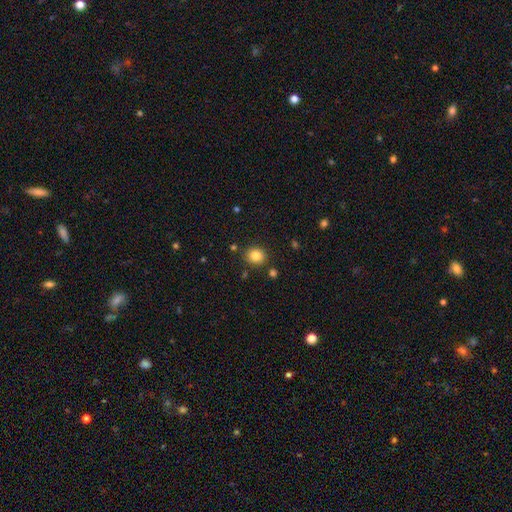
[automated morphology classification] The model was most divided on "how rounded": round: 75%, in between: 24%, cigar-shaped: 1%. More confident: merging — none (85%); smooth or featured — smooth (84%).